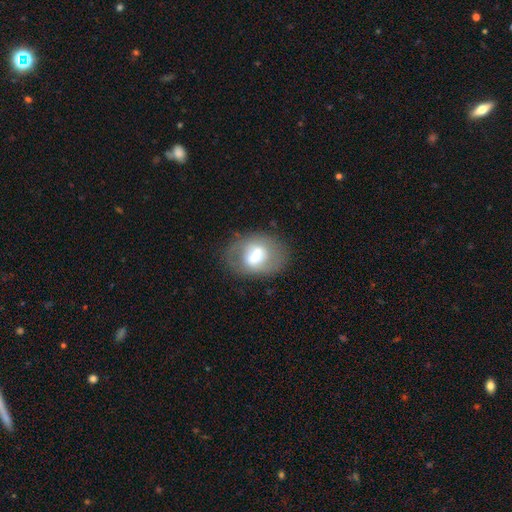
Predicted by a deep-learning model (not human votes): A smooth galaxy with no disk features (49%).

Vote fractions:
- Smooth or featured? smooth: 49% / featured or disk: 43% / star or artifact: 9%
- Merging? none: 69% / minor disturbance: 18% / major disturbance: 10% / merger: 2%